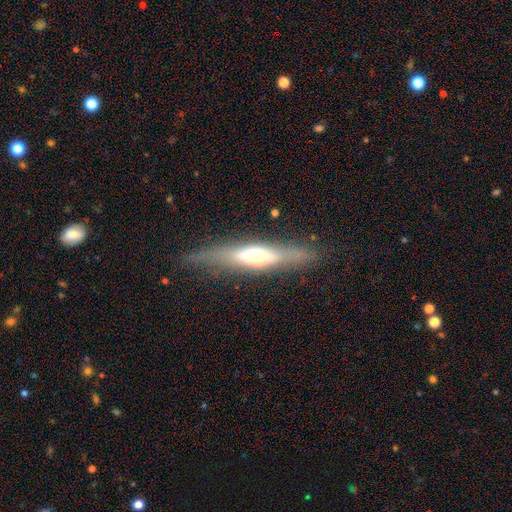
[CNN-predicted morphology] featured or disk 66%, smooth 28%, star or artifact 6%. Down the decision tree: edge-on disk — yes (88%); edge-on bulge — rounded (69%); merging — none (79%).